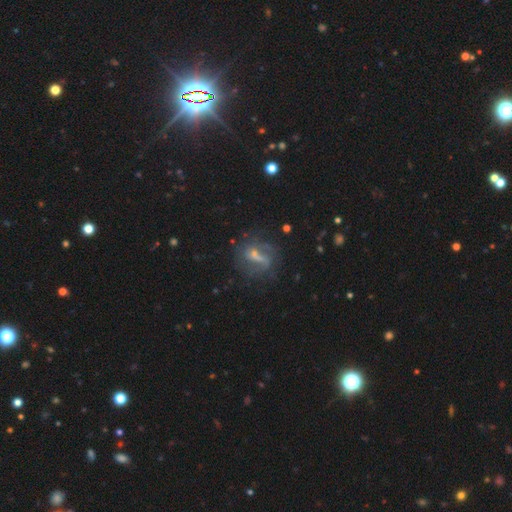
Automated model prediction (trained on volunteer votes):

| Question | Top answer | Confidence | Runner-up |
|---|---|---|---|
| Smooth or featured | featured or disk | 56% | smooth (26%) |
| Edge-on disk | no | 84% | yes (16%) |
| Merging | none | 62% | minor disturbance (19%) |